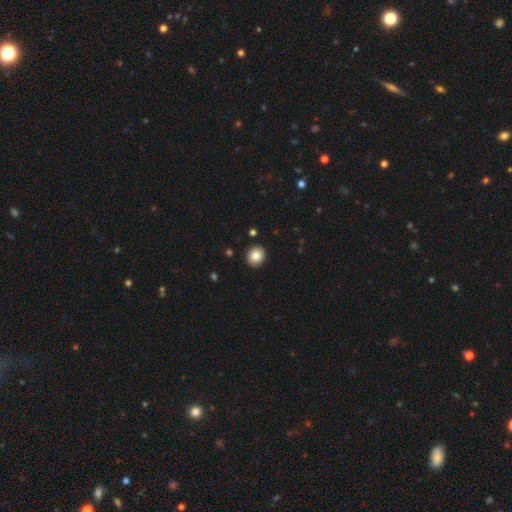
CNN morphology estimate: type=smooth (84%); roundness=round (81%); merging=none (92%).